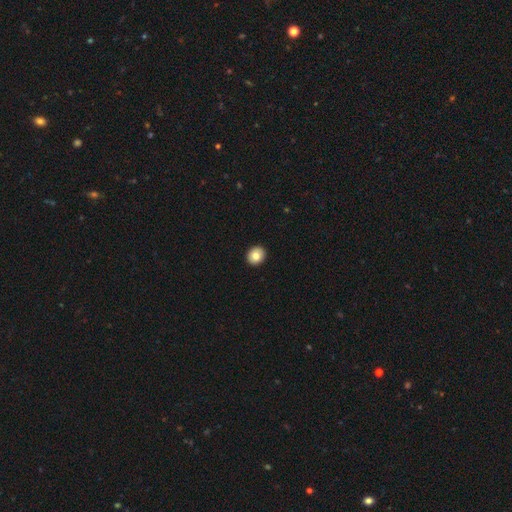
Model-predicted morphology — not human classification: Smooth or featured? smooth (83%)
How rounded? round (73%)
Merging? none (93%)